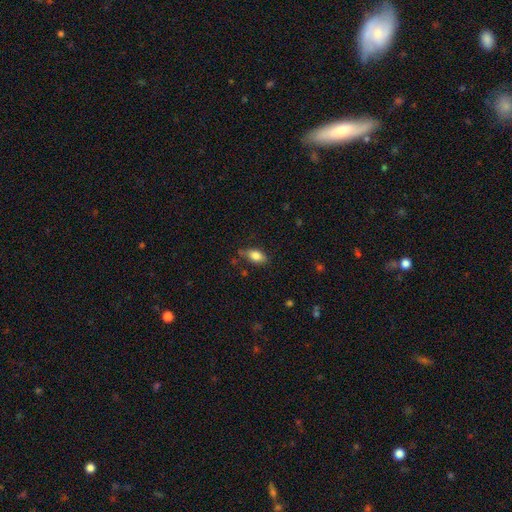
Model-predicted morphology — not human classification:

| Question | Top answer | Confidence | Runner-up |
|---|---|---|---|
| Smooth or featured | smooth | 83% | featured or disk (9%) |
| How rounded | in between | 88% | round (7%) |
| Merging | none | 72% | minor disturbance (21%) |